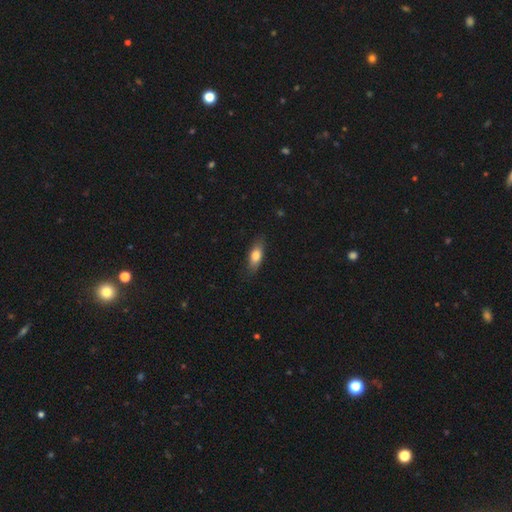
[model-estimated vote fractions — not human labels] Smooth or featured? Predicted: smooth (p=0.76). How rounded? Predicted: in between (p=0.72). Merging? Predicted: none (p=0.82).